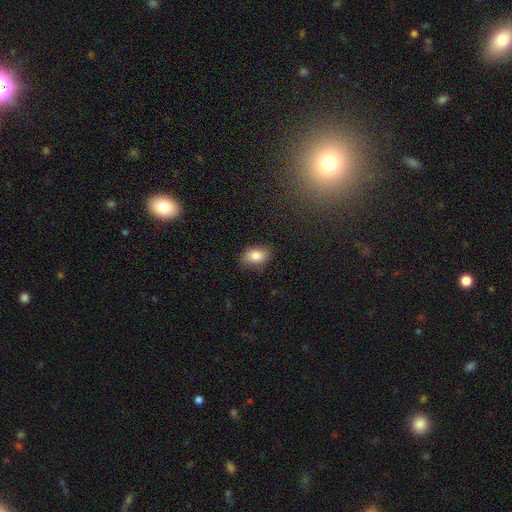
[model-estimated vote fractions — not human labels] The model was most divided on "merging": none: 80%, minor disturbance: 15%, major disturbance: 3%, merger: 1%. More confident: how rounded — in between (85%); smooth or featured — smooth (84%).